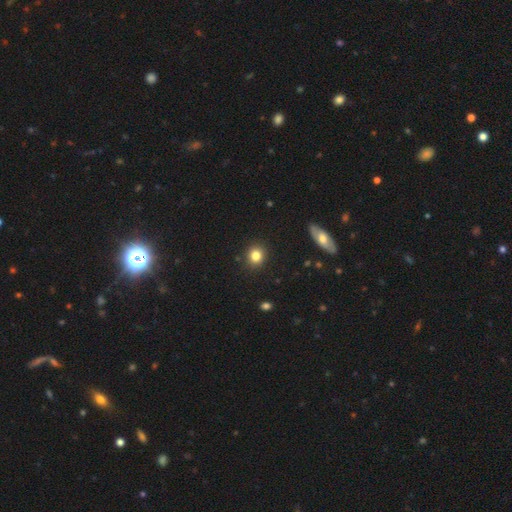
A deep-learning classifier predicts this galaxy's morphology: smooth 82%, star or artifact 11%, featured or disk 7%. Down the decision tree: how rounded — round (82%); merging — none (90%).